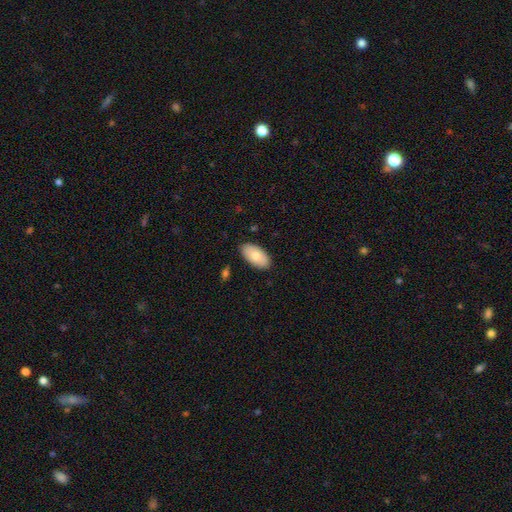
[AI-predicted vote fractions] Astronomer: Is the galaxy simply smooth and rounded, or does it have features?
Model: smooth — 79%.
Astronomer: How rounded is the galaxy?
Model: in between — 96%.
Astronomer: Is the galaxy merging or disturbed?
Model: none — 87%.